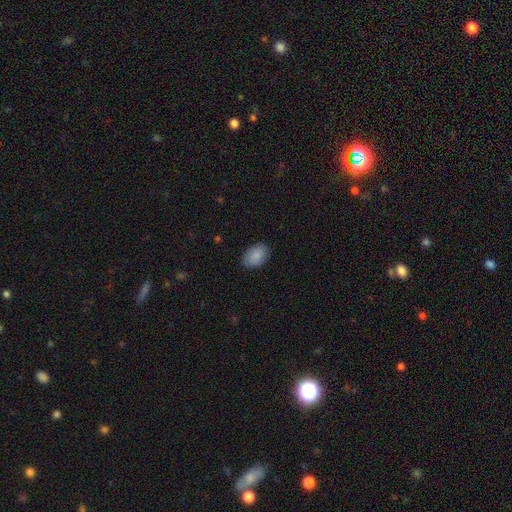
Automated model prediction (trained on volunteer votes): Morphology: type=smooth (89%); roundness=in between (90%); merging=none (86%).